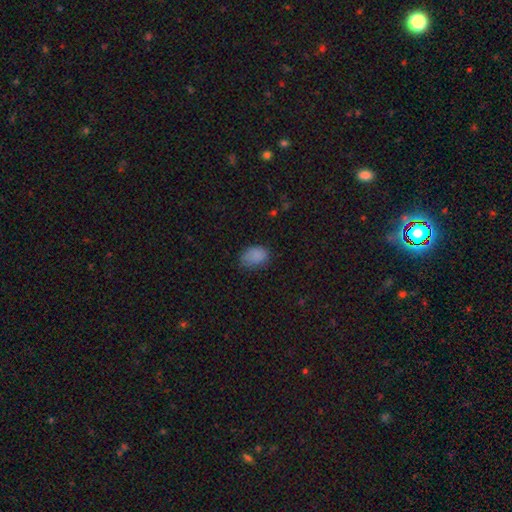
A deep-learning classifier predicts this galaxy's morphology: This appears to be a smooth galaxy with no disk features (84%) that is in between round and cigar-shaped (83%). Merging: none (69%).